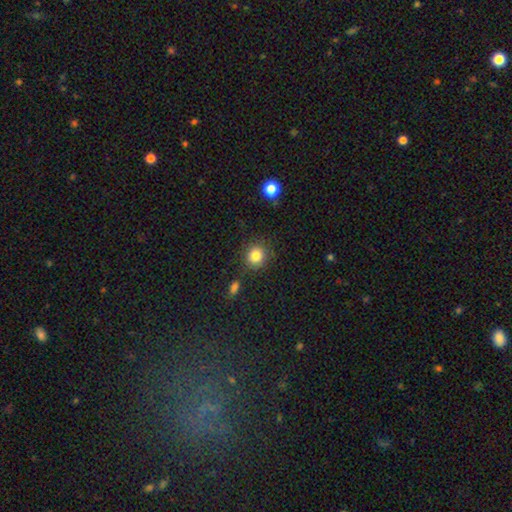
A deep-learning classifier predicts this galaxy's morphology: Smooth or featured? Predicted: smooth (p=0.84). How rounded? Predicted: round (p=0.87). Merging? Predicted: none (p=0.86).